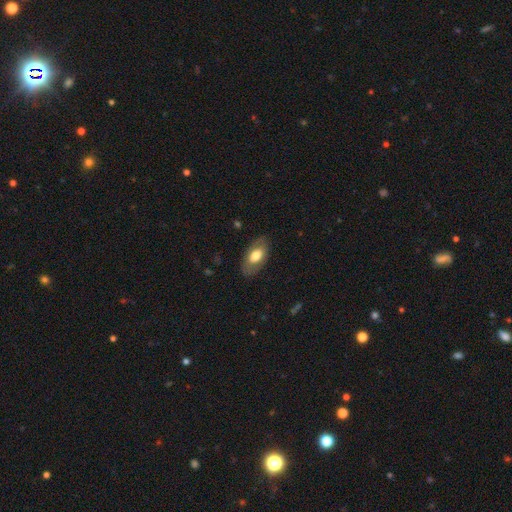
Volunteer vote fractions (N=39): Smooth or featured?
  - smooth: 67% *
  - featured or disk: 31%
  - star or artifact: 3%
How rounded?
  - in between: 81% *
  - round: 12%
  - cigar-shaped: 8%
Merging?
  - none: 74% *
  - minor disturbance: 16%
  - major disturbance: 11%
  - merger: 0%